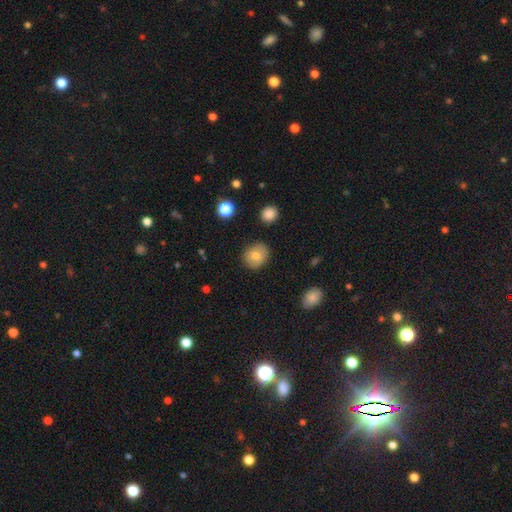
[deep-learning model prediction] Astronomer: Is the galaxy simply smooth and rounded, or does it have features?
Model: smooth — 74%.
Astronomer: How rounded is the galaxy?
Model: round — 71%.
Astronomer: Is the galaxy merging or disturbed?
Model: none — 86%.